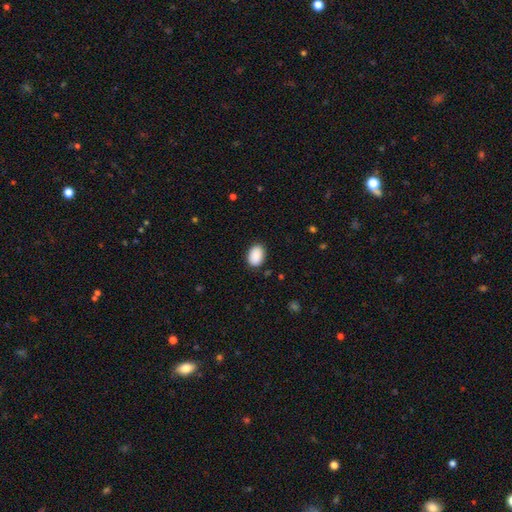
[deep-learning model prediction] A smooth galaxy with no disk features (90%) that is in between round and cigar-shaped (83%).

Vote fractions:
- Smooth or featured? smooth: 90% / star or artifact: 7% / featured or disk: 4%
- How rounded? in between: 83% / round: 16% / cigar-shaped: 1%
- Merging? none: 87% / minor disturbance: 10% / major disturbance: 2% / merger: 1%